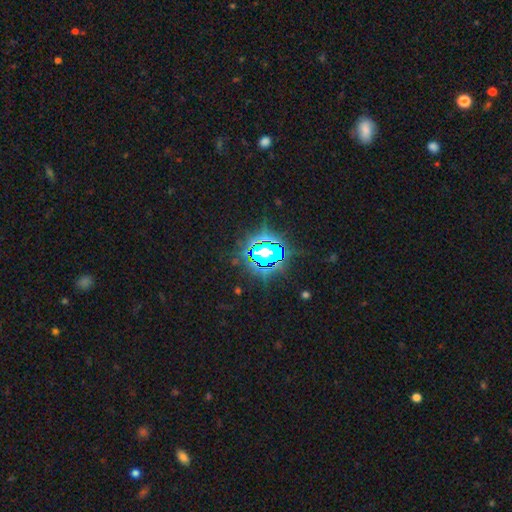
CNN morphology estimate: smooth_or_featured: star or artifact (p=0.73) [alt: smooth p=0.15]